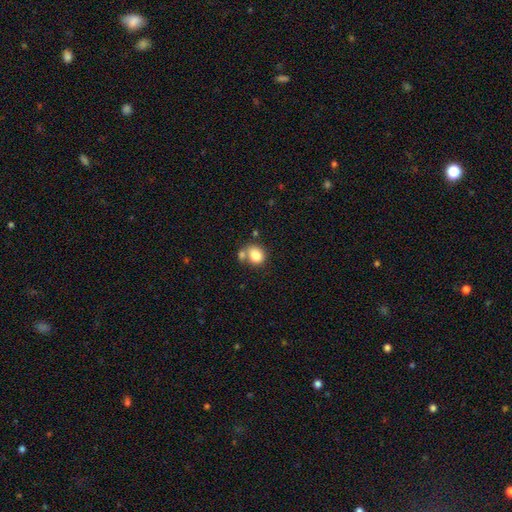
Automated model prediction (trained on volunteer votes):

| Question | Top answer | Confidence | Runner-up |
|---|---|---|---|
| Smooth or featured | smooth | 82% | star or artifact (9%) |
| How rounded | round | 61% | in between (38%) |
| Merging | none | 49% | merger (33%) |